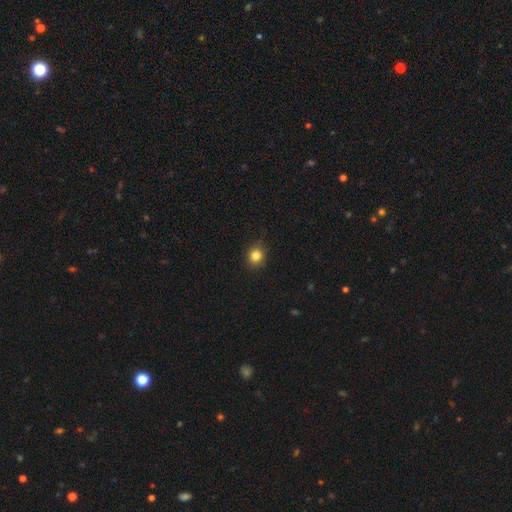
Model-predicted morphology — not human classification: This is clearly a smooth galaxy (83%). How rounded: clearly round (82%). Merging: clearly none (88%).